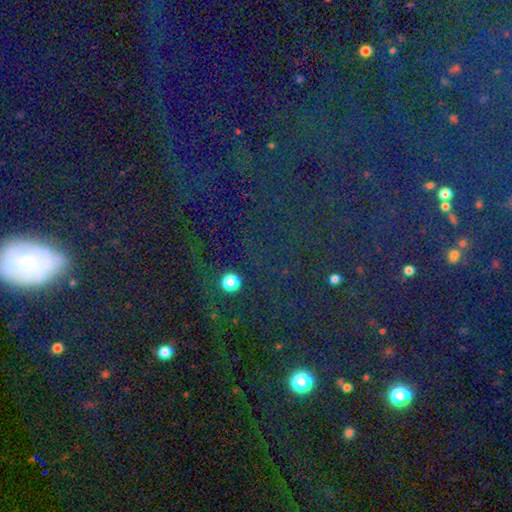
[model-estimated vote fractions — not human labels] Smooth or featured?
  - star or artifact: 79% *
  - smooth: 13%
  - featured or disk: 8%